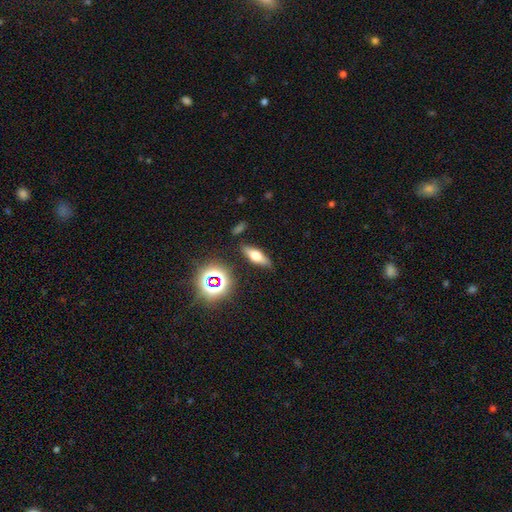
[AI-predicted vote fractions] smooth 49%, featured or disk 36%, star or artifact 15%. Down the decision tree: merging — none (84%).